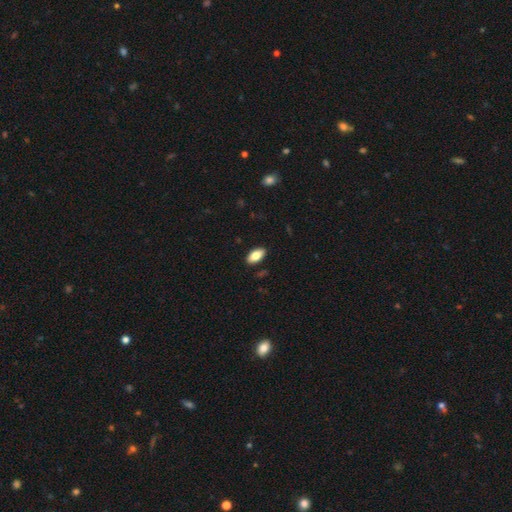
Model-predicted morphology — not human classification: A smooth galaxy with no disk features (82%) that is in between round and cigar-shaped (93%).

Vote fractions:
- Smooth or featured? smooth: 82% / featured or disk: 11% / star or artifact: 7%
- How rounded? in between: 93% / cigar-shaped: 5% / round: 3%
- Merging? none: 89% / minor disturbance: 8% / major disturbance: 2% / merger: 1%